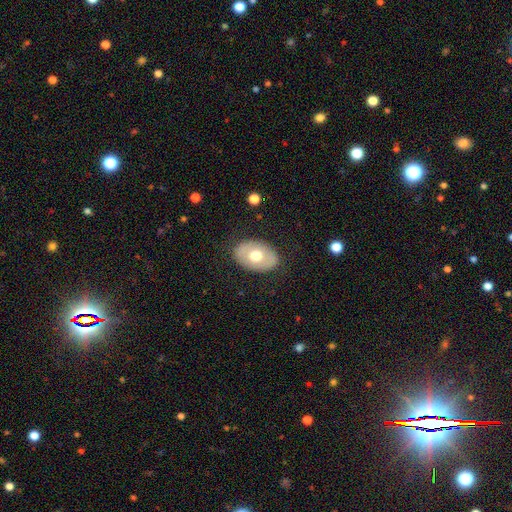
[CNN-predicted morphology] Smooth or featured? Predicted: smooth (p=0.58). How rounded? Predicted: in between (p=0.83). Merging? Predicted: none (p=0.83).